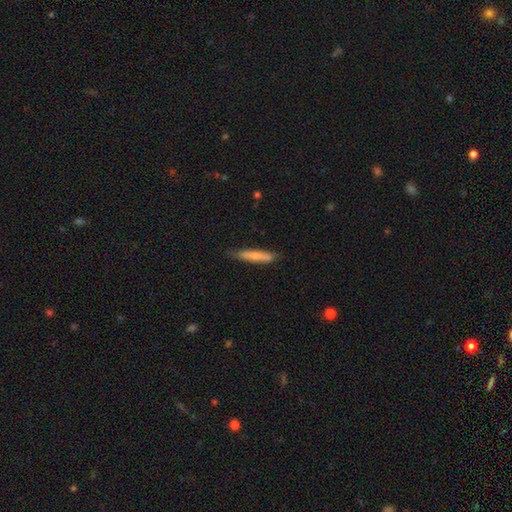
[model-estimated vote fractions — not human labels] The model was most divided on "merging": none: 75%, minor disturbance: 20%, major disturbance: 3%, merger: 2%. More confident: how rounded — cigar-shaped (91%); smooth or featured — smooth (75%).